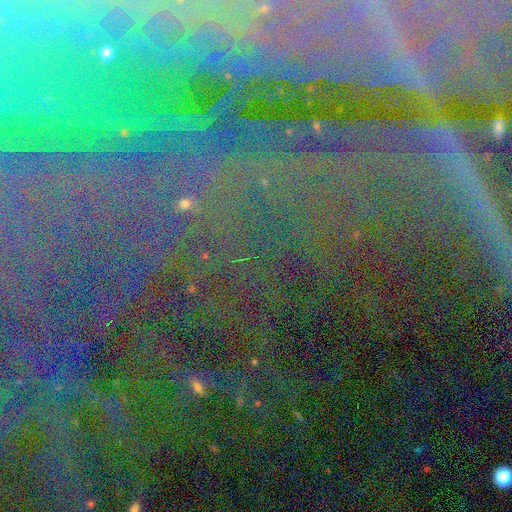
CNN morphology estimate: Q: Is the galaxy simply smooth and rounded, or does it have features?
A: star or artifact — 80%.